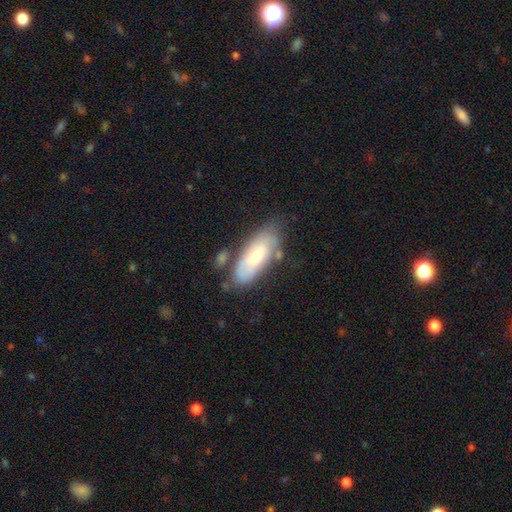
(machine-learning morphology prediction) This appears to be a smooth galaxy with no disk features (54%) that is in between round and cigar-shaped (79%). Merging: none (63%).